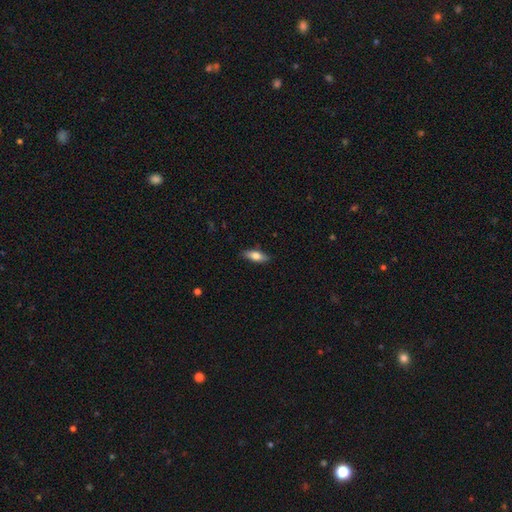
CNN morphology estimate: A smooth galaxy with no disk features (72%) that is in between round and cigar-shaped (68%).

Vote fractions:
- Smooth or featured? smooth: 72% / featured or disk: 21% / star or artifact: 6%
- How rounded? in between: 68% / cigar-shaped: 29% / round: 3%
- Merging? none: 86% / minor disturbance: 11% / major disturbance: 2% / merger: 1%